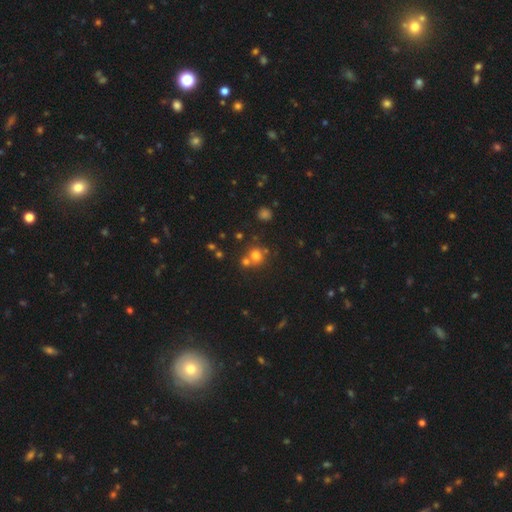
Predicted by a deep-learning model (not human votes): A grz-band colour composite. It shows a smooth galaxy with no disk features (70%) that is round (85%). Merging: none (53%).